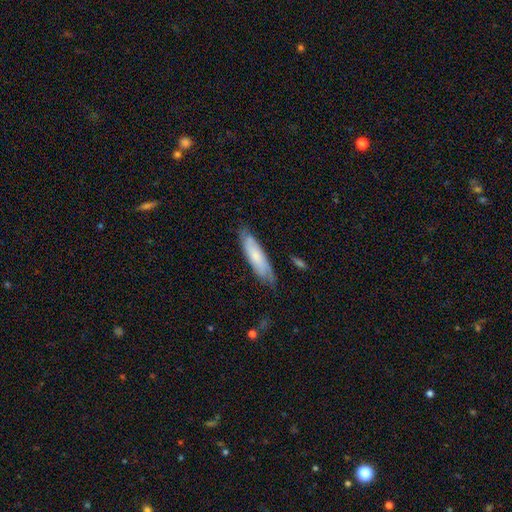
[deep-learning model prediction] The model was most divided on "smooth or featured": smooth: 58%, featured or disk: 36%, star or artifact: 6%. More confident: merging — none (74%); how rounded — cigar-shaped (66%).